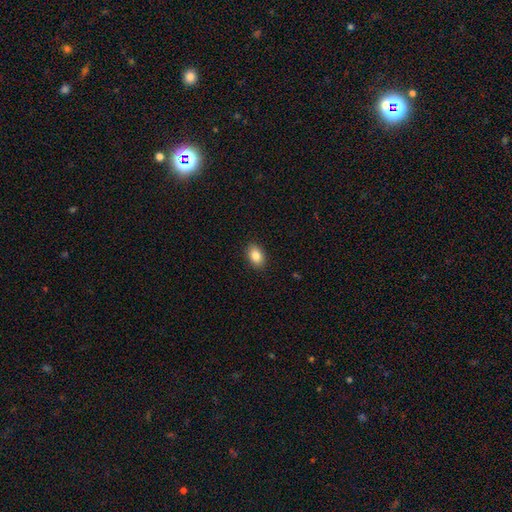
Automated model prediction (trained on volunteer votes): Smooth or featured? smooth (86%)
How rounded? in between (85%)
Merging? none (89%)